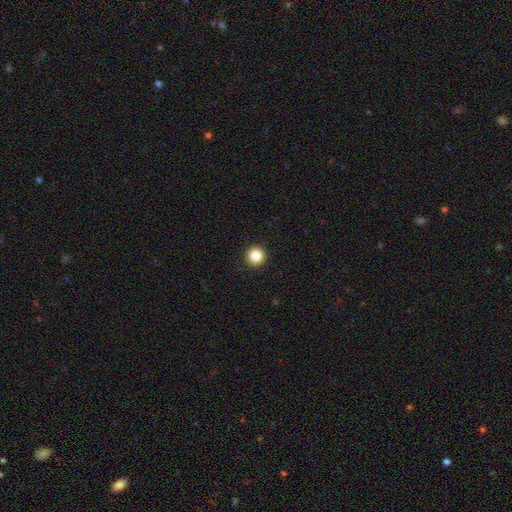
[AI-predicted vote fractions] Smooth or featured? smooth (86%)
How rounded? round (96%)
Merging? none (94%)